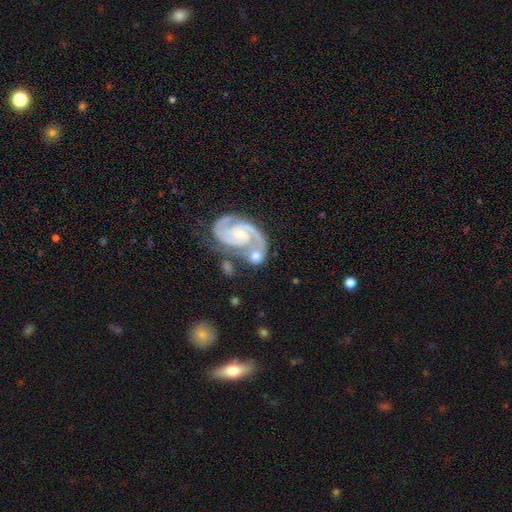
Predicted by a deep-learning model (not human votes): The model was most divided on "merging": none: 42%, merger: 36%, minor disturbance: 14%, major disturbance: 8%. More confident: edge-on disk — no (97%); spiral arms — yes (95%); spiral arm count — 2 (86%); smooth or featured — featured or disk (76%); bar — no (57%); bulge size — small (55%); spiral winding — medium (53%).